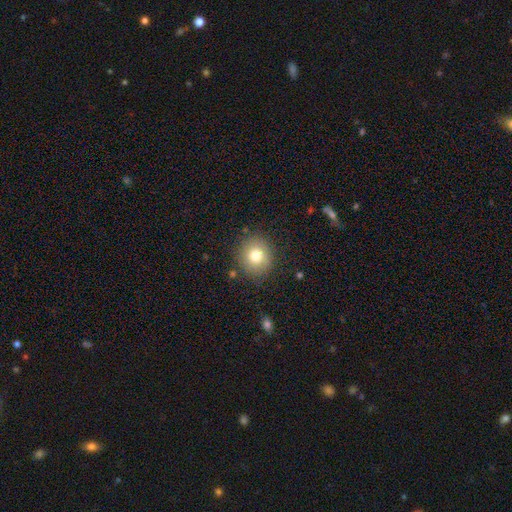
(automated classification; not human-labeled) This appears to be a smooth galaxy with no disk features (77%) that is round (86%). Merging: none (85%).